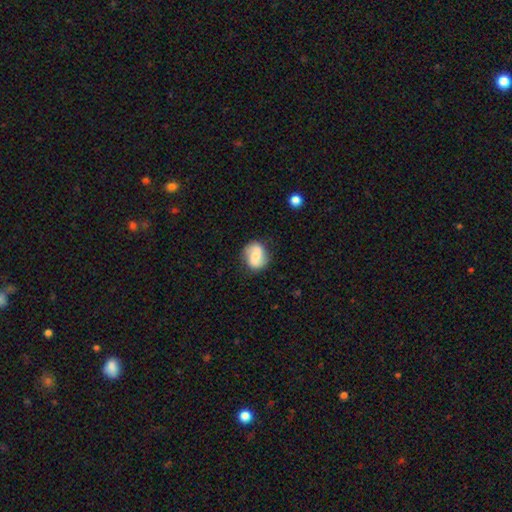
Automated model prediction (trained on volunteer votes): A featured or disk galaxy (54%) with a weak bar (43%), spiral arms (89%) and a small central bulge (46%). Merging: none (79%).